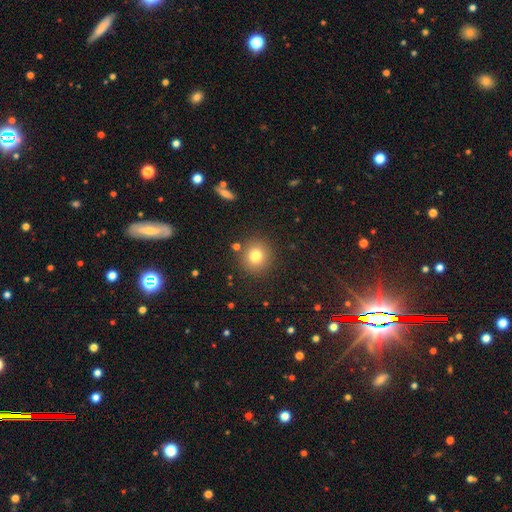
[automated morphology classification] smooth 78%, star or artifact 13%, featured or disk 9%. Down the decision tree: how rounded — round (92%); merging — none (88%).